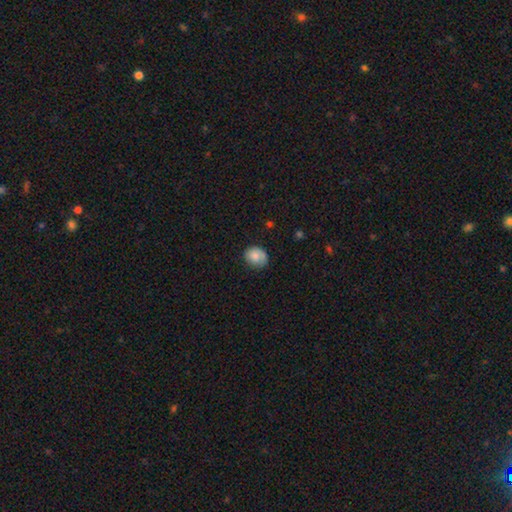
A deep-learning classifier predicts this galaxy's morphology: smooth-or-featured: smooth: 77% | featured or disk: 15% | star or artifact: 8%
  how-rounded: round: 62% | in between: 37% | cigar-shaped: 1%
  merging: none: 70% | minor disturbance: 23% | major disturbance: 6% | merger: 1%